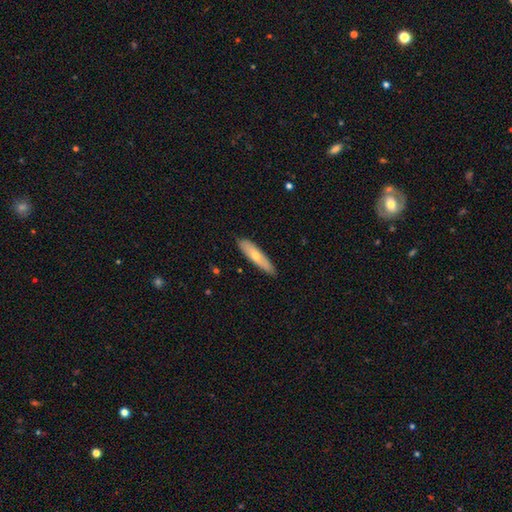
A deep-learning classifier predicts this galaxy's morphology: A smooth galaxy with no disk features (62%) that is cigar-shaped (76%). Merging: none (85%).